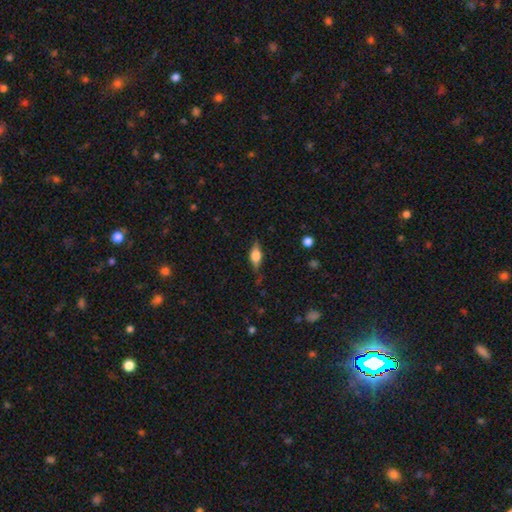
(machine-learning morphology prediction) This is possibly a smooth galaxy (59%). How rounded: likely in between (77%). Merging: likely none (70%).